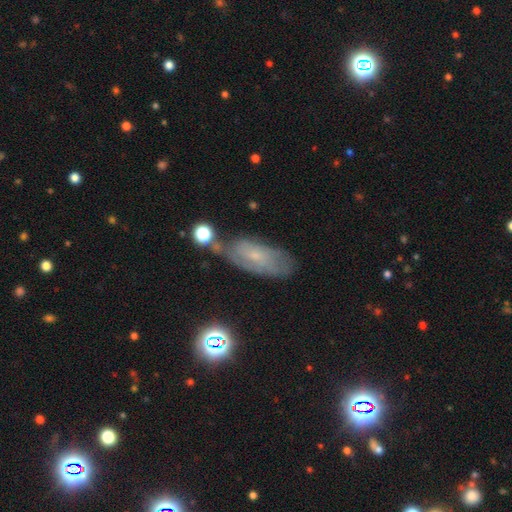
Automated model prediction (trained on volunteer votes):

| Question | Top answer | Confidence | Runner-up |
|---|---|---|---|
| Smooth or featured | featured or disk | 55% | smooth (33%) |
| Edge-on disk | no | 87% | yes (13%) |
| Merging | none | 55% | minor disturbance (26%) |